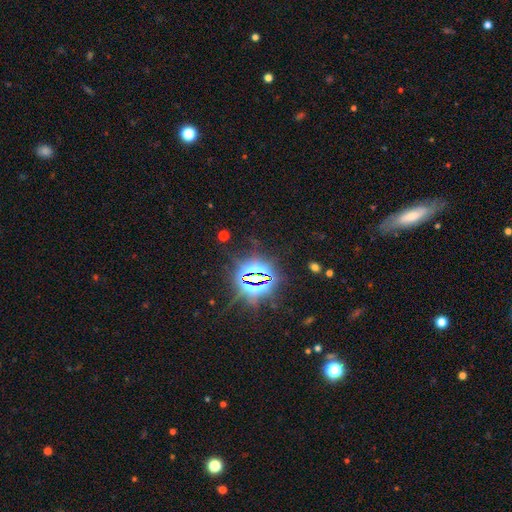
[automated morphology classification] Smooth or featured? star or artifact (80%)